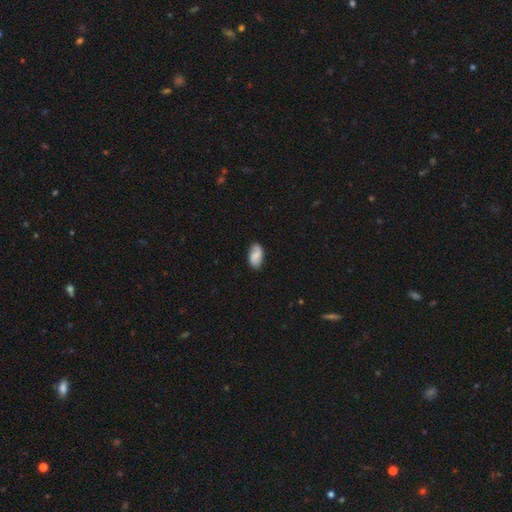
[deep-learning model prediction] Morphology: type=smooth (65%); roundness=in between (94%); merging=none (78%).